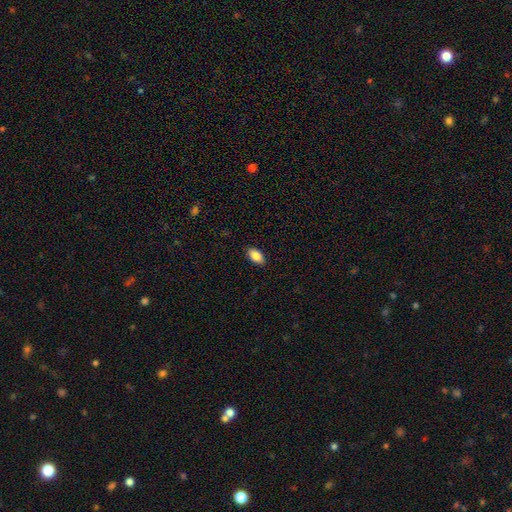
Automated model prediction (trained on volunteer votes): Smooth or featured?
  - smooth: 87% *
  - star or artifact: 8%
  - featured or disk: 6%
How rounded?
  - in between: 93% *
  - round: 5%
  - cigar-shaped: 2%
Merging?
  - none: 89% *
  - minor disturbance: 8%
  - major disturbance: 2%
  - merger: 1%